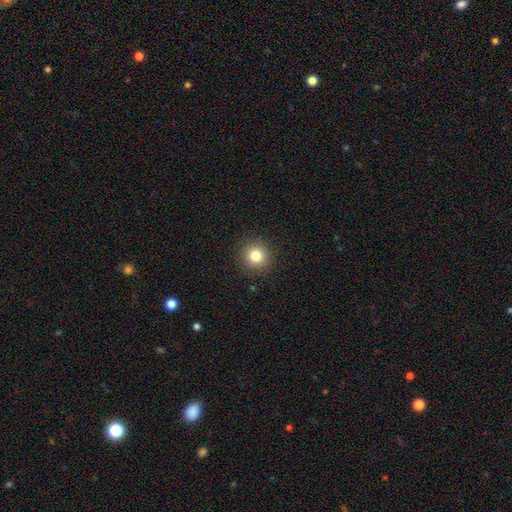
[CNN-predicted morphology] The model was most divided on "smooth or featured": smooth: 81%, star or artifact: 12%, featured or disk: 7%. More confident: how rounded — round (94%); merging — none (91%).